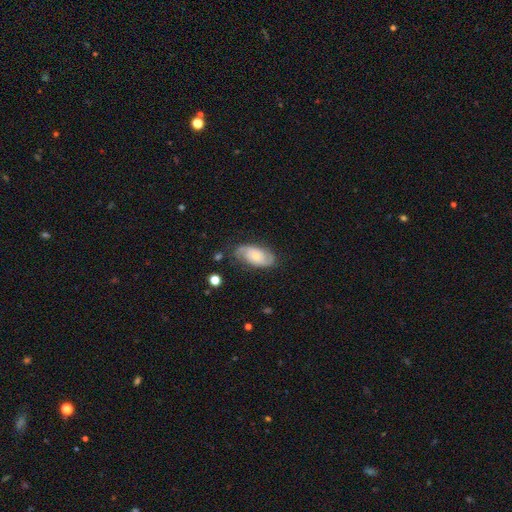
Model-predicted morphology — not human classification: Smooth or featured?
  - featured or disk: 69% *
  - smooth: 25%
  - star or artifact: 6%
Edge-on disk?
  - no: 95% *
  - yes: 5%
Bar?
  - no: 71% *
  - weak: 24%
  - strong: 5%
Spiral arms?
  - yes: 91% *
  - no: 9%
Spiral winding?
  - tight: 41% * (tied)
  - medium: 41% * (tied)
  - loose: 18%
Spiral arm count?
  - 2: 80% *
  - can't tell: 12%
  - 1: 3%
  - 3: 3%
  - 4: 1%
  - more than 4: 1%
Bulge size?
  - small: 55% *
  - moderate: 37%
  - large: 4%
  - none: 3%
  - dominant: 1%
Merging?
  - none: 71% *
  - minor disturbance: 20%
  - major disturbance: 7%
  - merger: 2%